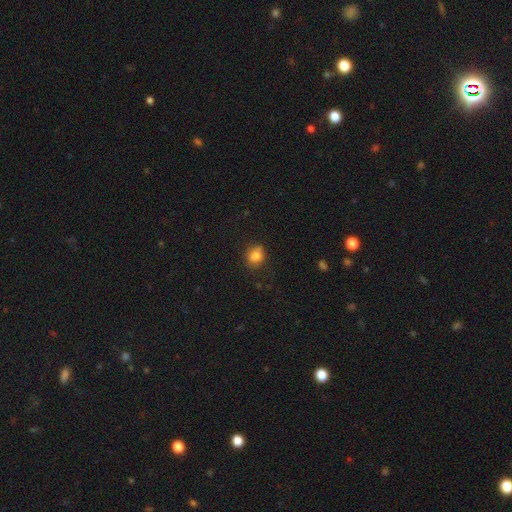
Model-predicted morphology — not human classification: smooth-or-featured: smooth: 81% | star or artifact: 11% | featured or disk: 8%
  how-rounded: round: 64% | in between: 35% | cigar-shaped: 1%
  merging: none: 72% | minor disturbance: 20% | major disturbance: 5% | merger: 3%